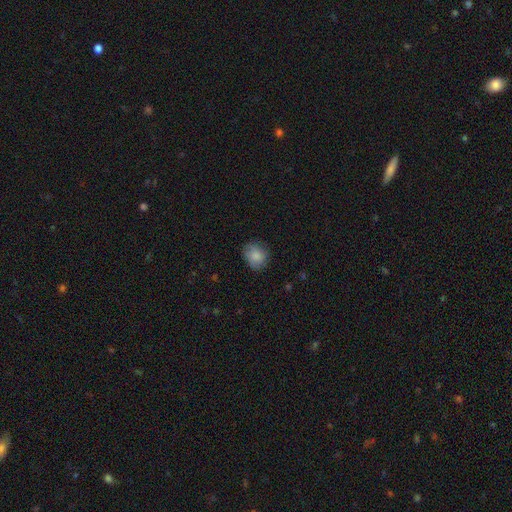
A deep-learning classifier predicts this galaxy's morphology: A smooth galaxy with no disk features (83%) that is round (65%). Merging: none (74%).